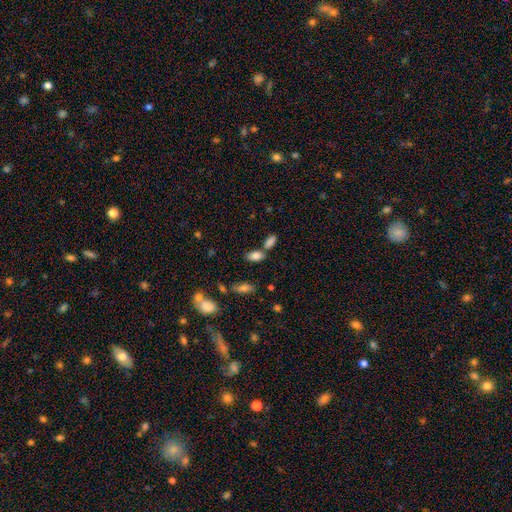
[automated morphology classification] Smooth or featured?
  - smooth: 82% *
  - star or artifact: 10%
  - featured or disk: 8%
How rounded?
  - in between: 89% *
  - cigar-shaped: 6%
  - round: 5%
Merging?
  - none: 59% *
  - merger: 25%
  - minor disturbance: 12%
  - major disturbance: 4%